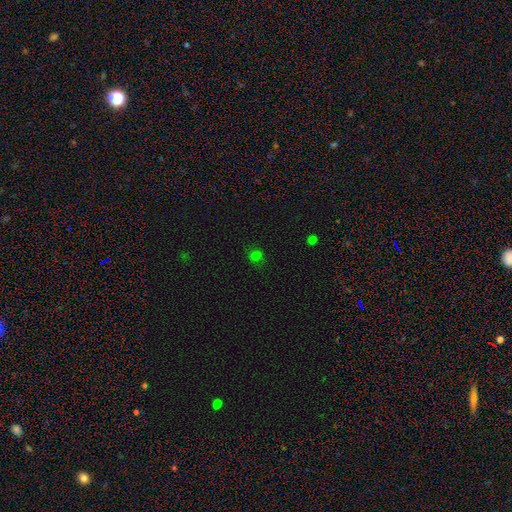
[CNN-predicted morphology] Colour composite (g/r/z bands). It shows a smooth galaxy with no disk features (69%) that is round (80%). Merging: none (82%).